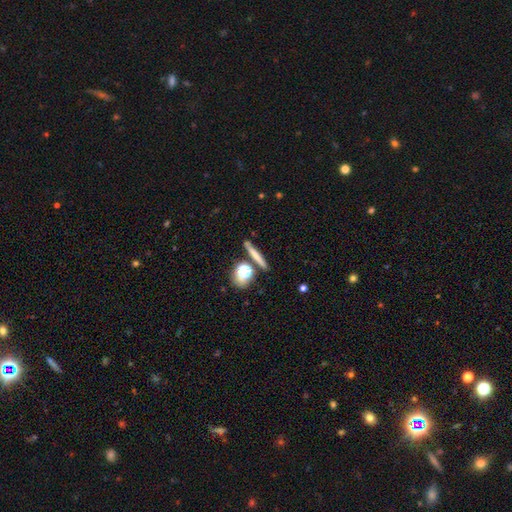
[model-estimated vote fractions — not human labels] A smooth galaxy with no disk features (61%) that is cigar-shaped (73%).

Vote fractions:
- Smooth or featured? smooth: 61% / featured or disk: 26% / star or artifact: 13%
- How rounded? cigar-shaped: 73% / round: 16% / in between: 11%
- Merging? none: 79% / merger: 9% / minor disturbance: 9% / major disturbance: 3%